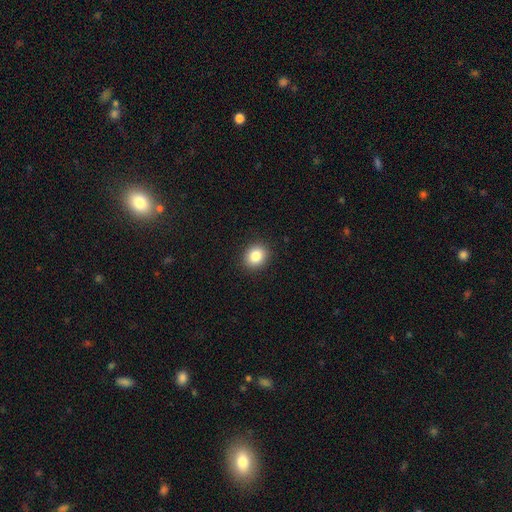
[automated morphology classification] Smooth or featured?
  - smooth: 85% *
  - star or artifact: 10%
  - featured or disk: 5%
How rounded?
  - round: 70% *
  - in between: 29%
  - cigar-shaped: 1%
Merging?
  - none: 91% *
  - minor disturbance: 6%
  - major disturbance: 2%
  - merger: 1%